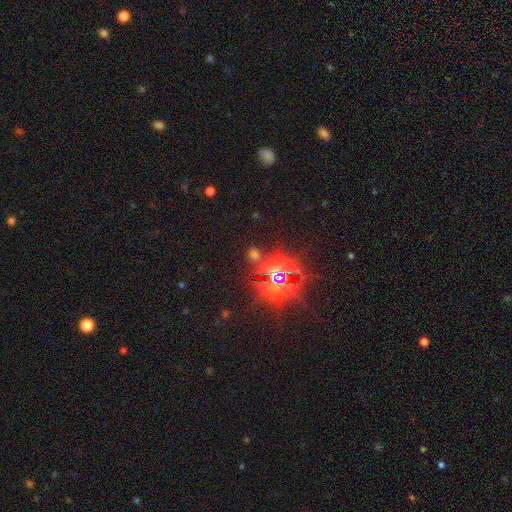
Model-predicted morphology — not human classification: smooth_or_featured: star or artifact (p=0.77) [alt: smooth p=0.15]